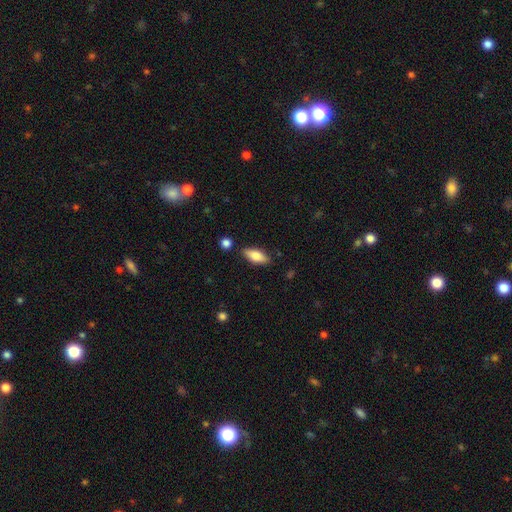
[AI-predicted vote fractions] Smooth or featured? Predicted: smooth (p=0.75). How rounded? Predicted: in between (p=0.78). Merging? Predicted: none (p=0.82).